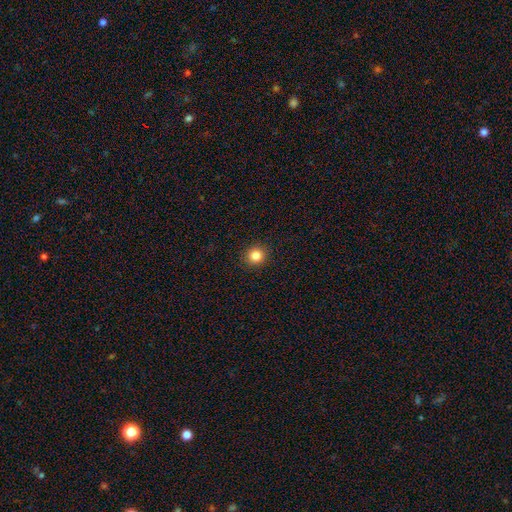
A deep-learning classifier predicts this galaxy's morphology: Q: Smooth or featured?
A: smooth (84%); runner-up: star or artifact (11%)
Q: How rounded?
A: round (88%); runner-up: in between (11%)
Q: Merging?
A: none (92%); runner-up: minor disturbance (6%)